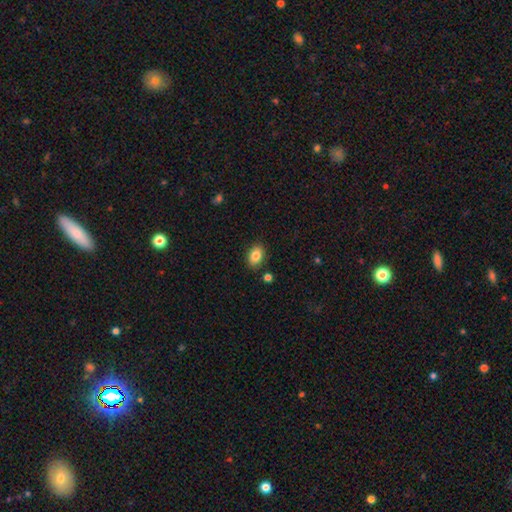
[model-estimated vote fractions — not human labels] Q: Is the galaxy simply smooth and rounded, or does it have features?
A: smooth — 85%.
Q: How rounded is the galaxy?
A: in between — 83%.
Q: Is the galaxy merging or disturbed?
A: none — 86%.